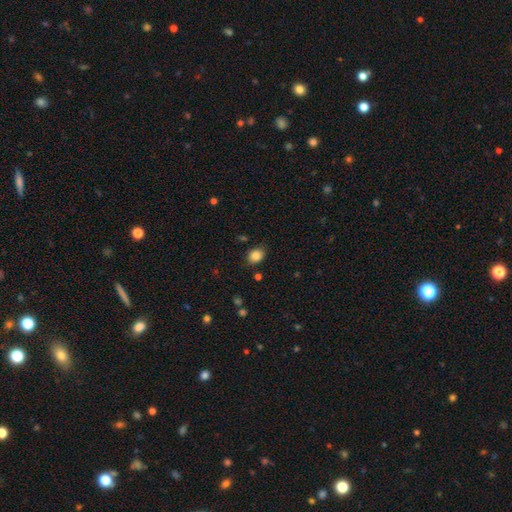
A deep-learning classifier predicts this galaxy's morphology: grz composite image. It shows a smooth galaxy with no disk features (85%) that is in between round and cigar-shaped (51%). Merging: none (82%).